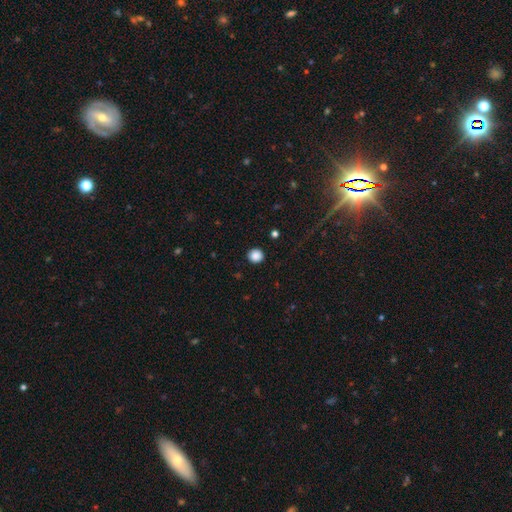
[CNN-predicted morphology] smooth_or_featured: smooth (p=0.88) [alt: star or artifact p=0.10]
how_rounded: round (p=0.92) [alt: in between p=0.07]
merging: none (p=0.92) [alt: minor disturbance p=0.05]